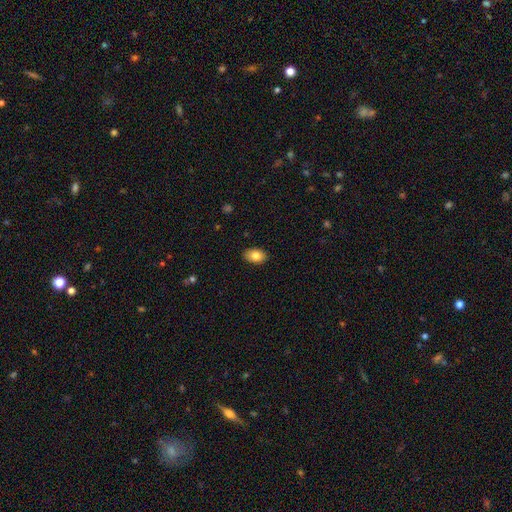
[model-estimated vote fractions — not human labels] Smooth or featured: smooth — 83% (featured or disk — 10%)
How rounded: in between — 89% (round — 9%)
Merging: none — 89% (minor disturbance — 8%)